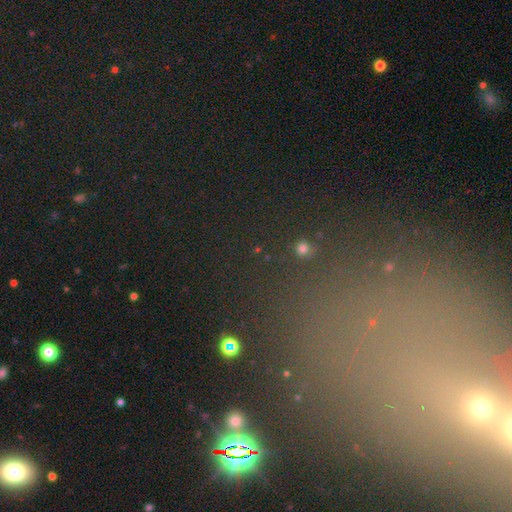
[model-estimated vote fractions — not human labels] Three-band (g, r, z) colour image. It shows a star or artifact, not a galaxy (66%).